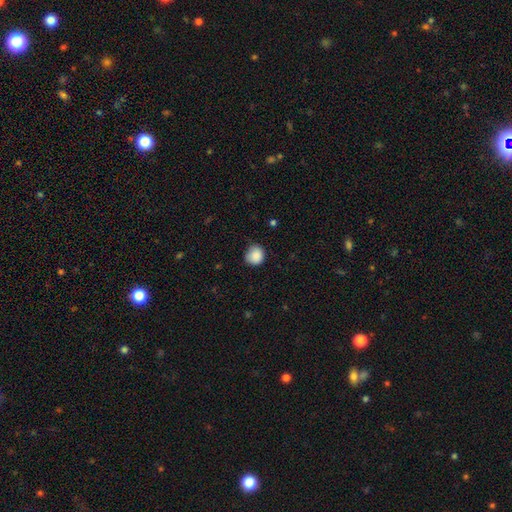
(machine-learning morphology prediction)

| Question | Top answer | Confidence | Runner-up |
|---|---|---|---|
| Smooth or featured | smooth | 88% | star or artifact (8%) |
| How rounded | round | 87% | in between (12%) |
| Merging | none | 71% | minor disturbance (24%) |